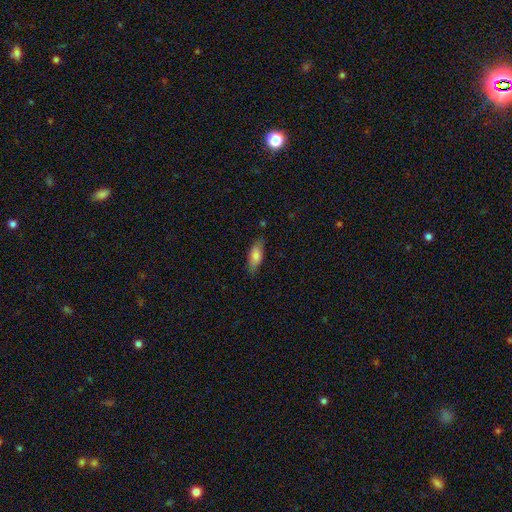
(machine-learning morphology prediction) smooth 74%, featured or disk 19%, star or artifact 7%. Down the decision tree: how rounded — in between (73%); merging — none (76%).